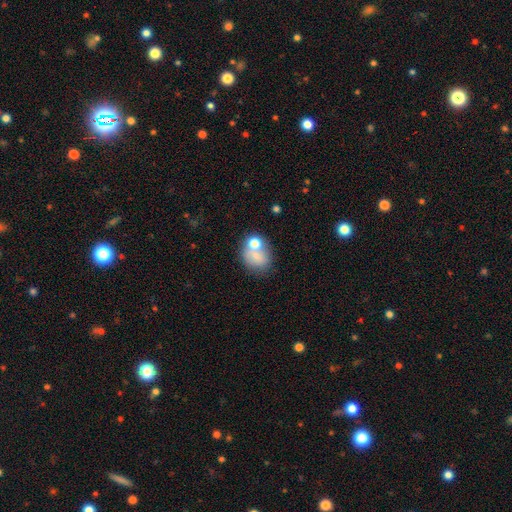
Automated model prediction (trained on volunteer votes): smooth_or_featured: smooth (p=0.68) [alt: featured or disk p=0.20]
how_rounded: round (p=0.57) [alt: in between p=0.42]
merging: none (p=0.42) [alt: merger p=0.37]